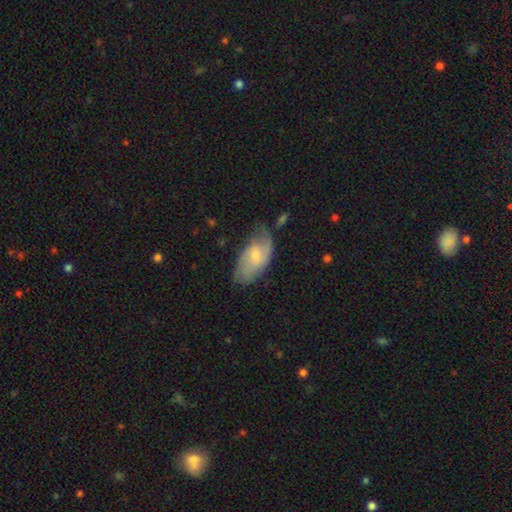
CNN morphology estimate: Smooth or featured: featured or disk — 56% (smooth — 38%)
Edge-on disk: no — 94% (yes — 6%)
Bar: no — 60% (weak — 36%)
Spiral arms: yes — 86% (no — 14%)
Bulge size: small — 55% (moderate — 34%)
Merging: none — 57% (minor disturbance — 28%)